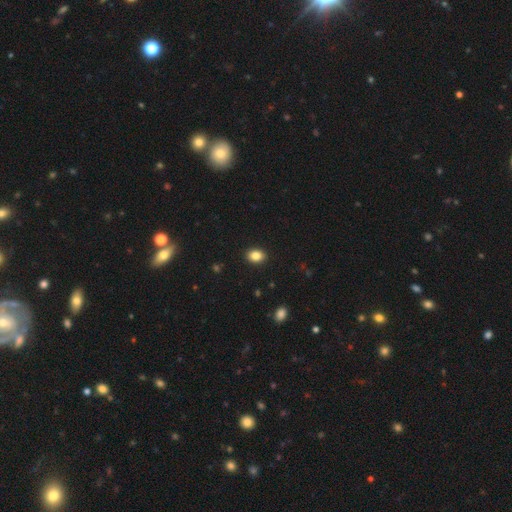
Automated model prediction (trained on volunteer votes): A smooth galaxy with no disk features (85%) that is in between round and cigar-shaped (68%). Merging: none (90%).